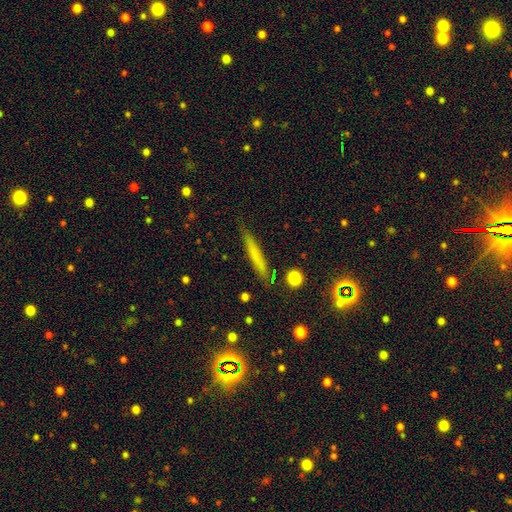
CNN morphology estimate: This appears to be a smooth galaxy with no disk features (64%) that is cigar-shaped (94%). Merging: none (85%).